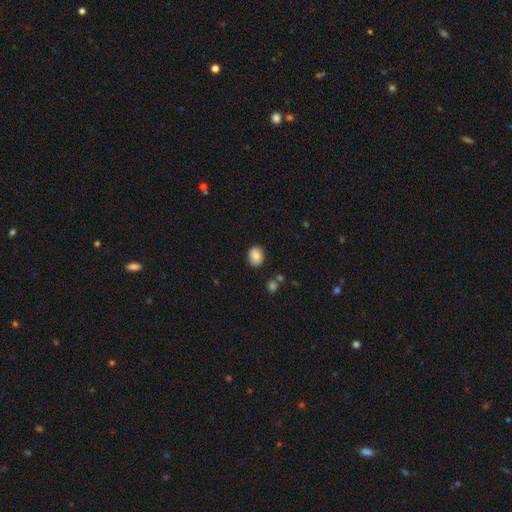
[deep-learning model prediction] smooth_or_featured: smooth (p=0.85) [alt: star or artifact p=0.09]
how_rounded: in between (p=0.55) [alt: round p=0.44]
merging: none (p=0.82) [alt: minor disturbance p=0.12]